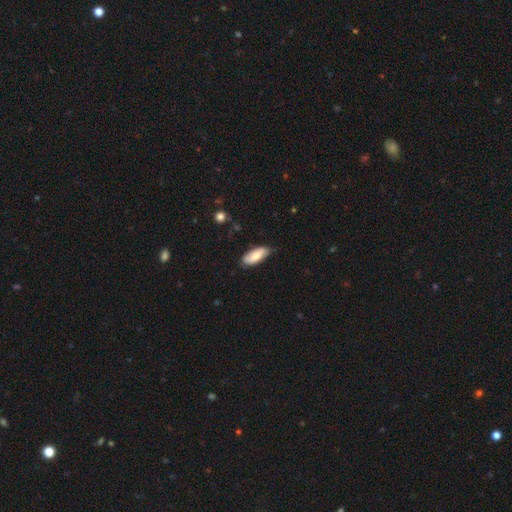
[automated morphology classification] type=smooth (73%); roundness=in between (83%); merging=none (74%).